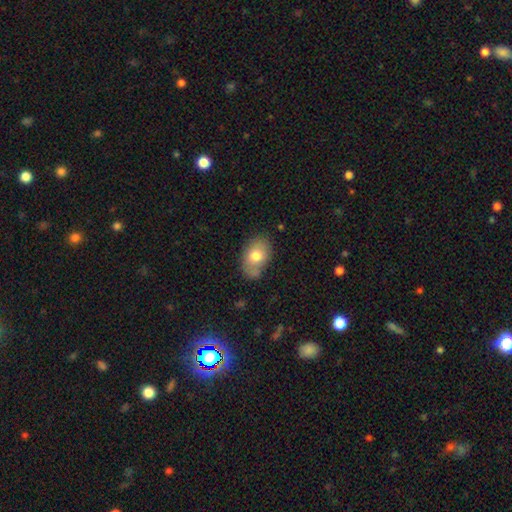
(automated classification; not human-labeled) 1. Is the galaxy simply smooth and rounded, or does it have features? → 74% smooth, 18% featured or disk, 8% star or artifact.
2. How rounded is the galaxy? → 82% in between, 17% round, 1% cigar-shaped.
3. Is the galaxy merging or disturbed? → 66% none, 22% minor disturbance, 7% merger, 5% major disturbance.